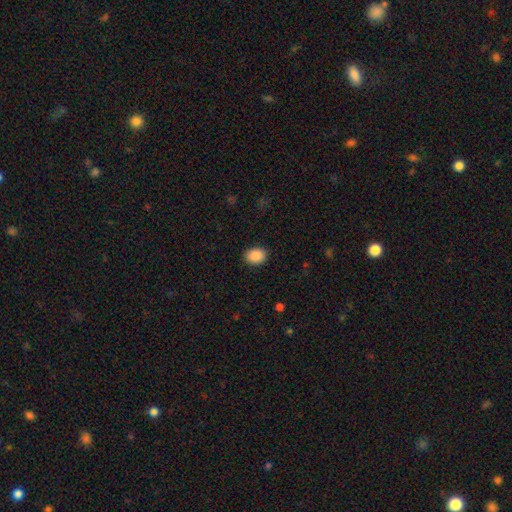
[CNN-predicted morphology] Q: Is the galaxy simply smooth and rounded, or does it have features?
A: smooth — 90%.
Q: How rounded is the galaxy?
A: in between — 62%.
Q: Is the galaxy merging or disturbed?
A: none — 89%.